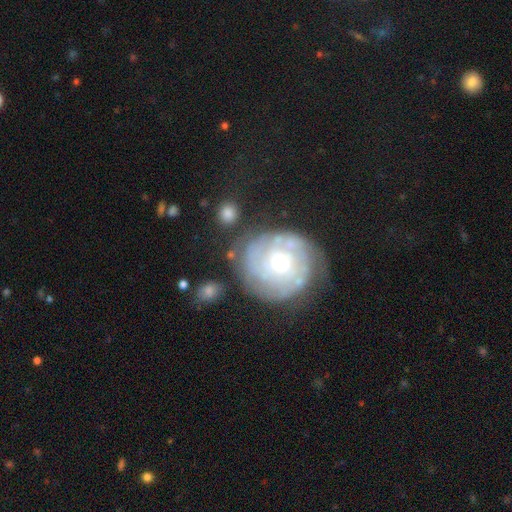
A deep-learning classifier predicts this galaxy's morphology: type=featured or disk (72%); edge-on=no (98%); bar=no (78%); spiral arms=yes (83%); winding=tight (74%); arm count=can't tell (49%); bulge=small (55%); merging=none (67%).